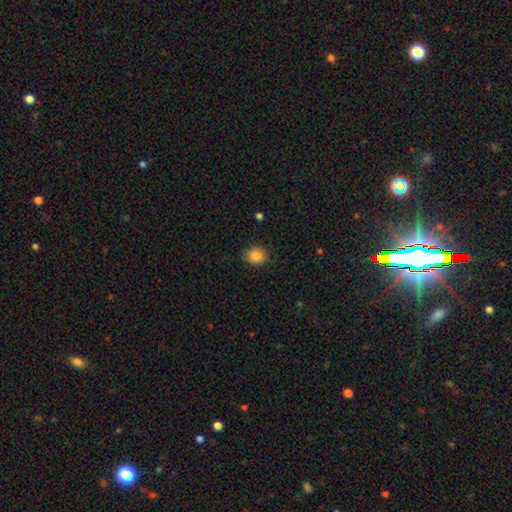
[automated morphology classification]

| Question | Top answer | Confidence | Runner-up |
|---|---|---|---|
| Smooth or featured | smooth | 85% | star or artifact (9%) |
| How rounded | round | 67% | in between (32%) |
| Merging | none | 87% | minor disturbance (9%) |